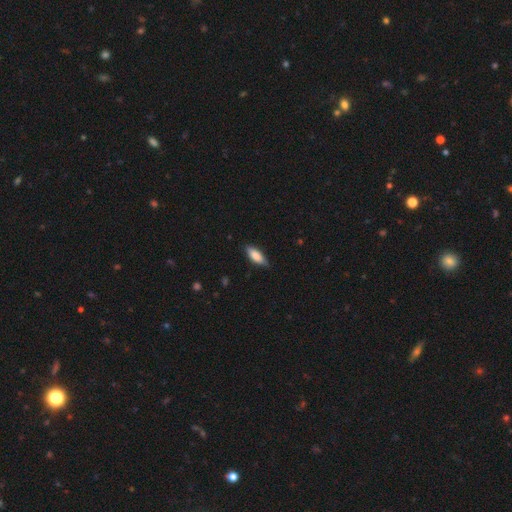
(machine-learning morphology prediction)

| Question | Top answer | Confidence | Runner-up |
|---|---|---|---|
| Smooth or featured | smooth | 78% | featured or disk (16%) |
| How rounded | in between | 69% | cigar-shaped (29%) |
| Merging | none | 76% | minor disturbance (20%) |